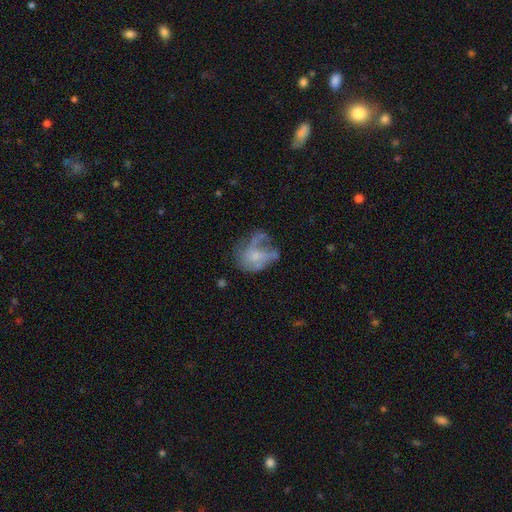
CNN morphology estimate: type=featured or disk (50%); edge-on=no (98%); merging=major disturbance (40%).